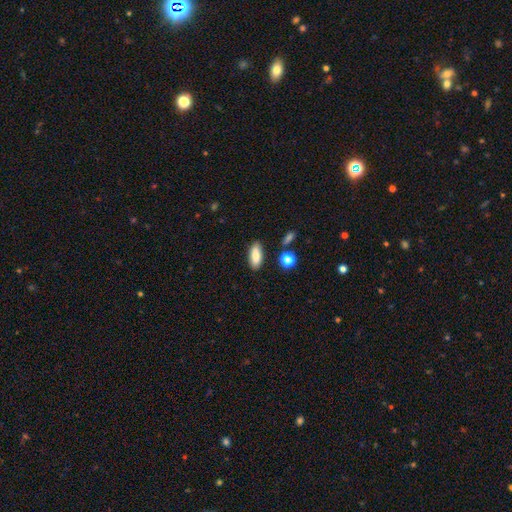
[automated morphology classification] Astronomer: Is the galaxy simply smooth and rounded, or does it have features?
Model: smooth — 82%.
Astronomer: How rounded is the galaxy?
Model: in between — 78%.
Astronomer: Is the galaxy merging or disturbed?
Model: none — 84%.